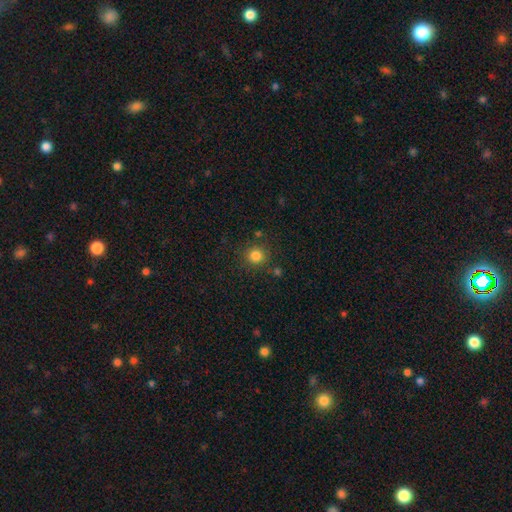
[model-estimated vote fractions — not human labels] Smooth or featured?
  - smooth: 83% *
  - star or artifact: 13%
  - featured or disk: 5%
How rounded?
  - round: 92% *
  - in between: 7%
  - cigar-shaped: 1%
Merging?
  - none: 84% *
  - minor disturbance: 9%
  - merger: 4%
  - major disturbance: 3%